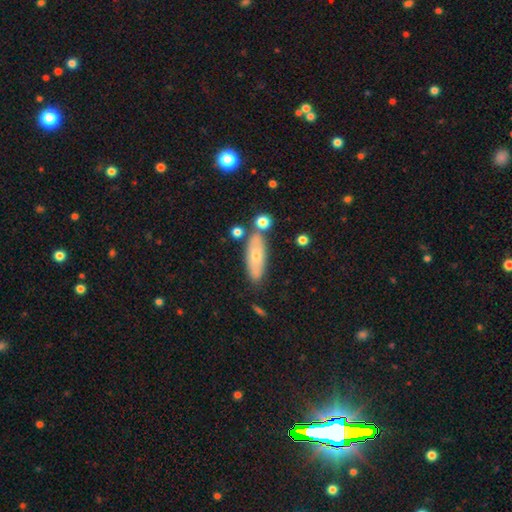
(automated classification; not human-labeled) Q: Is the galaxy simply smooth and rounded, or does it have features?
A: smooth — 59%.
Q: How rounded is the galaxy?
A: in between — 61%.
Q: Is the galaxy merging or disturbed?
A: none — 75%.